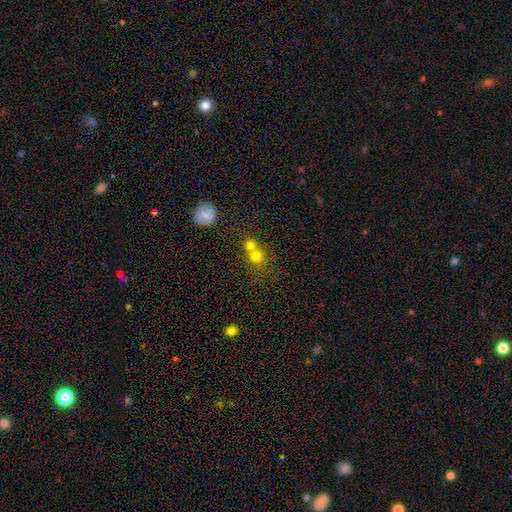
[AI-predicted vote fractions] Overall: smooth (74%). How rounded: round (86%). Merging: merger (51%; none 40%).